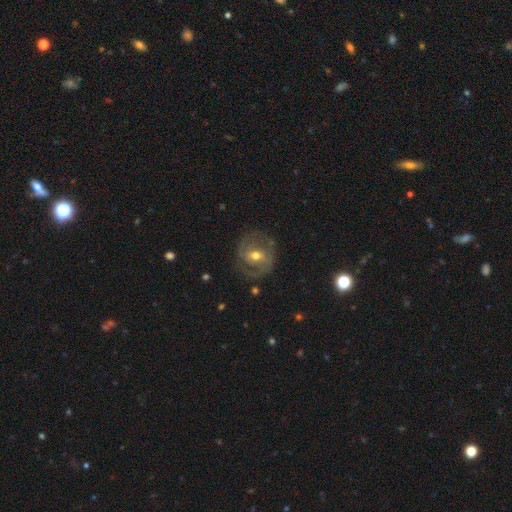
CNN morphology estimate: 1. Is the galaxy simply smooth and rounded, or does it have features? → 76% featured or disk, 17% smooth, 6% star or artifact.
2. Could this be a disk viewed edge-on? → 97% no, 3% yes.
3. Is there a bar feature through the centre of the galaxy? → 48% weak, 32% no, 20% strong.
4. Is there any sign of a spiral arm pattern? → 85% yes, 15% no.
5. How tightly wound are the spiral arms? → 47% medium, 37% tight, 17% loose.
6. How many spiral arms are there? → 77% 2, 10% can't tell, 6% 1, 3% 3, 1% 4, 1% more than 4.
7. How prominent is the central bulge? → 73% moderate, 20% small, 5% large, 1% none, 1% dominant.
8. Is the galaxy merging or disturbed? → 74% none, 16% minor disturbance, 8% major disturbance, 2% merger.